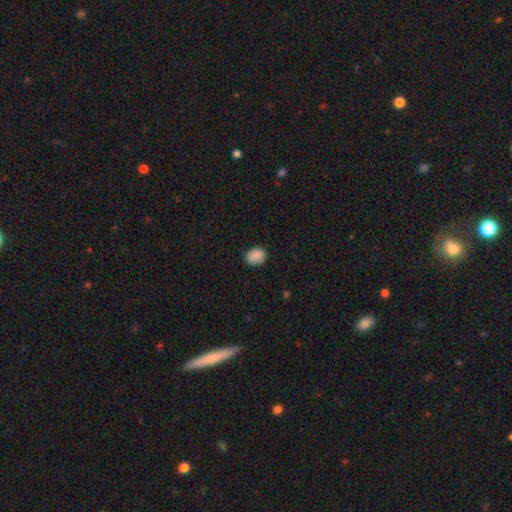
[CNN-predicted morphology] Smooth or featured: smooth — 89% (star or artifact — 9%)
How rounded: in between — 52% (round — 47%)
Merging: none — 83% (minor disturbance — 13%)